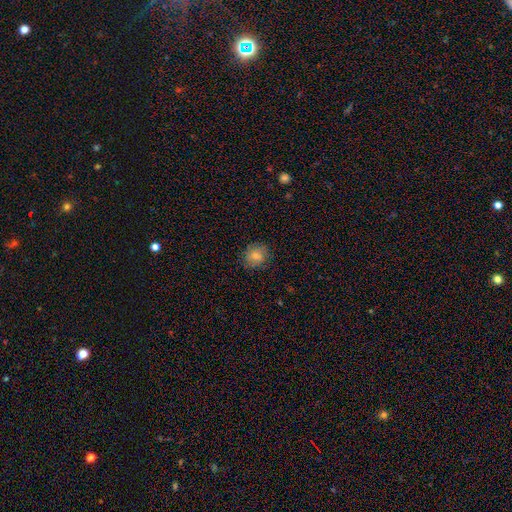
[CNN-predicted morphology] smooth-or-featured: smooth: 65% | featured or disk: 22% | star or artifact: 13%
  how-rounded: round: 77% | in between: 22% | cigar-shaped: 1%
  merging: none: 84% | minor disturbance: 12% | major disturbance: 3% | merger: 1%